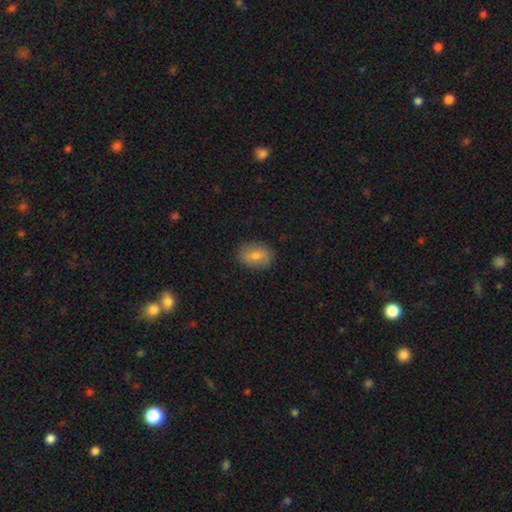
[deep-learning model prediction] Morphology: type=smooth (69%); roundness=in between (74%); merging=none (86%).